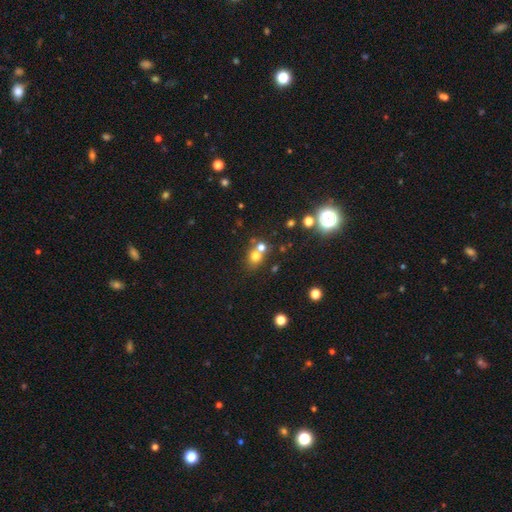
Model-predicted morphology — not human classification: Smooth or featured: smooth — 69% (star or artifact — 20%)
How rounded: round — 76% (in between — 23%)
Merging: none — 49% (merger — 40%)